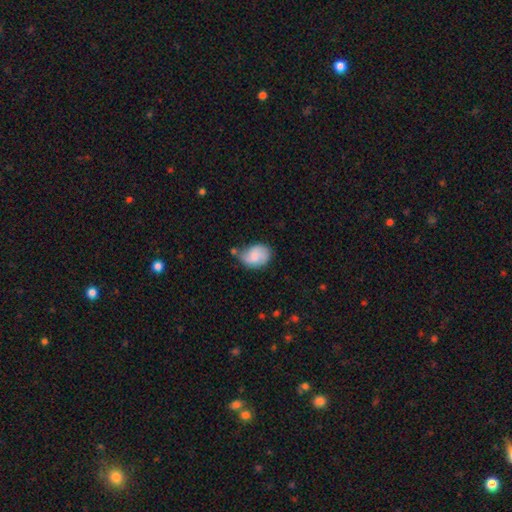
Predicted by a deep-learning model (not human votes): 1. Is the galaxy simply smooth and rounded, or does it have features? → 64% smooth, 28% featured or disk, 7% star or artifact.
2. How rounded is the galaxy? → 68% in between, 31% round, 1% cigar-shaped.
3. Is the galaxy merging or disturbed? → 47% none, 33% minor disturbance, 11% merger, 10% major disturbance.